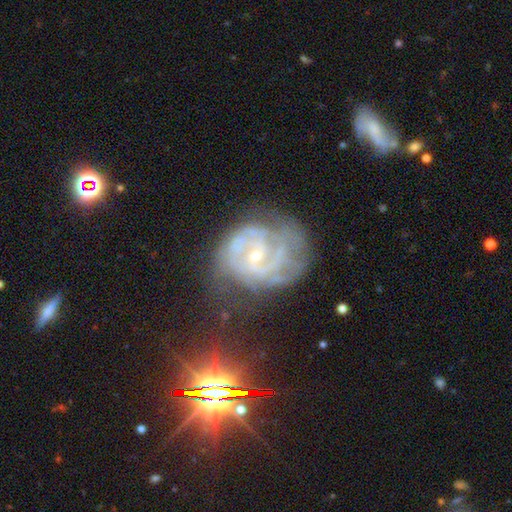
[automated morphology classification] type=featured or disk (84%); edge-on=no (98%); bar=no (50%); spiral arms=yes (92%); winding=tight (55%); arm count=2 (33%); bulge=small (74%); merging=none (50%).